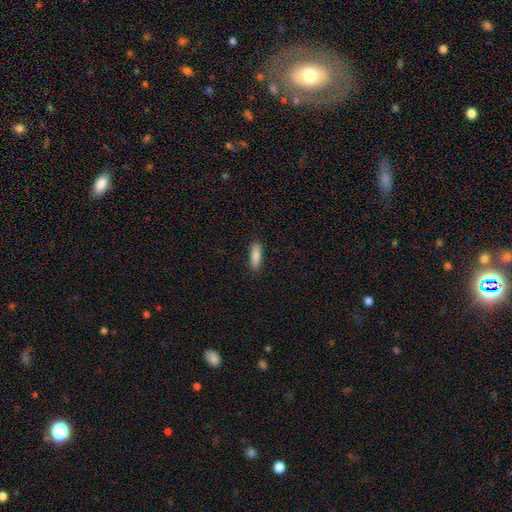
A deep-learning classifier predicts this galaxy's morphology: type=smooth (86%); roundness=in between (53%); merging=none (88%).